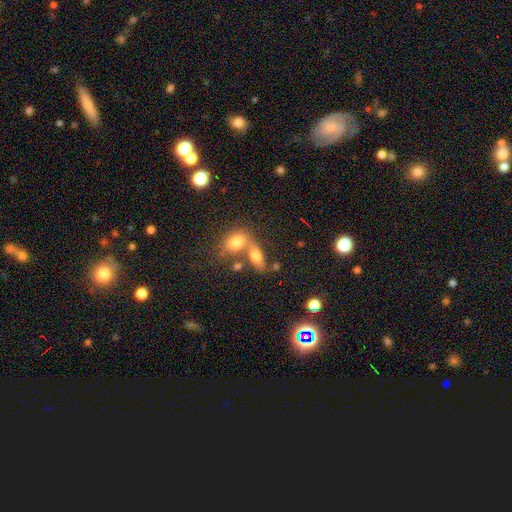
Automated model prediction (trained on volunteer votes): A smooth galaxy with no disk features (70%) that is in between round and cigar-shaped (77%). Merging: merger (48%).